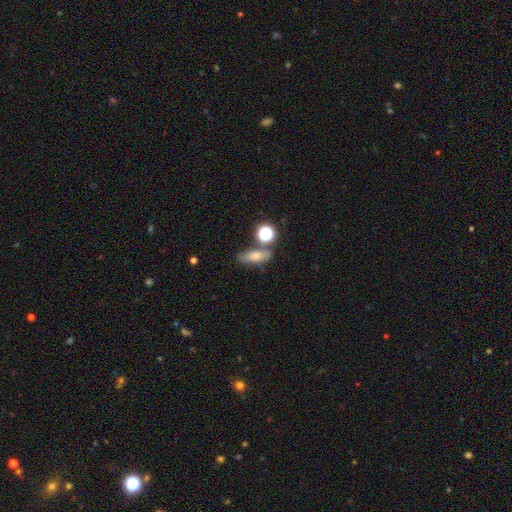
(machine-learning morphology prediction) Q: Smooth or featured?
A: smooth (55%); runner-up: featured or disk (26%)
Q: How rounded?
A: in between (52%); runner-up: cigar-shaped (33%)
Q: Merging?
A: none (68%); runner-up: minor disturbance (14%)